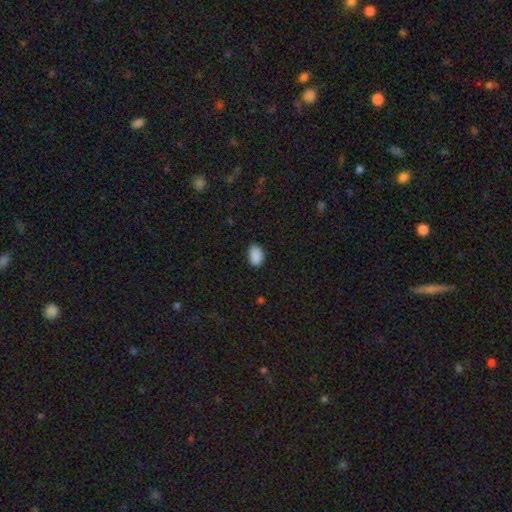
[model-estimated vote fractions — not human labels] smooth 89%, star or artifact 8%, featured or disk 3%. Down the decision tree: how rounded — in between (86%); merging — none (83%).